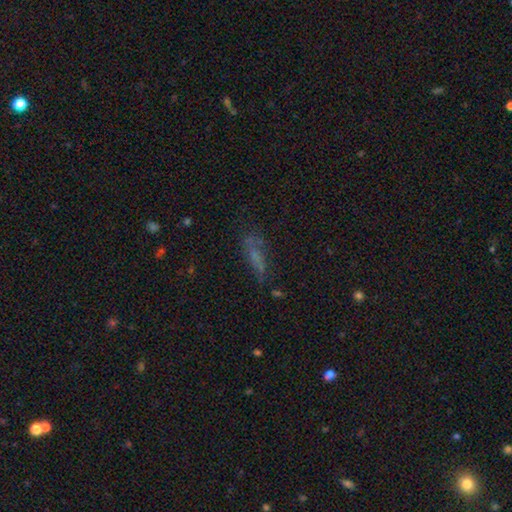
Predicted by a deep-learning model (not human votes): Q: Smooth or featured?
A: smooth (49%); runner-up: featured or disk (28%)
Q: Merging?
A: none (53%); runner-up: minor disturbance (24%)